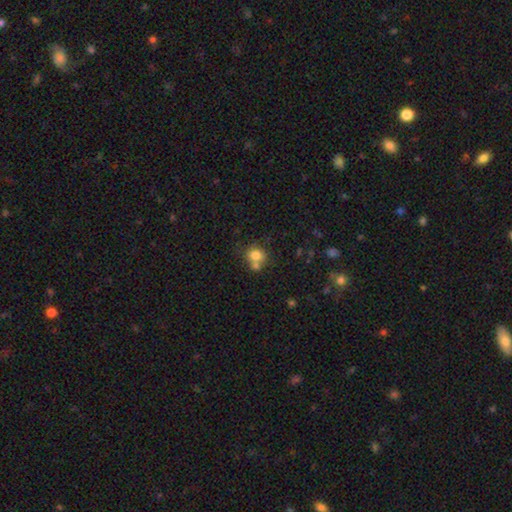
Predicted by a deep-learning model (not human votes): smooth_or_featured: smooth (p=0.77) [alt: featured or disk p=0.12]
how_rounded: round (p=0.70) [alt: in between p=0.29]
merging: none (p=0.44) [alt: merger p=0.40]